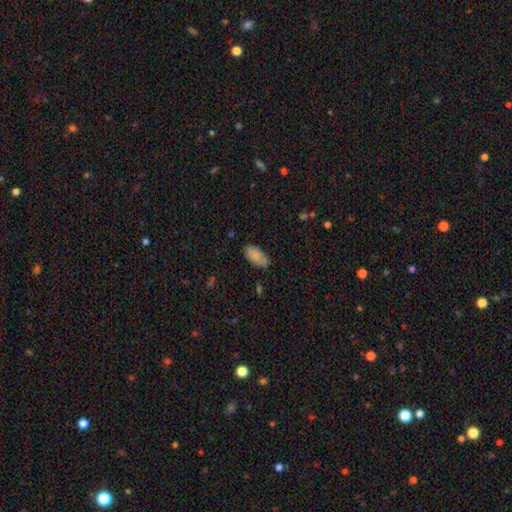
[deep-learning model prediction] Smooth or featured: smooth — 86% (featured or disk — 7%)
How rounded: in between — 92% (cigar-shaped — 6%)
Merging: none — 79% (minor disturbance — 17%)